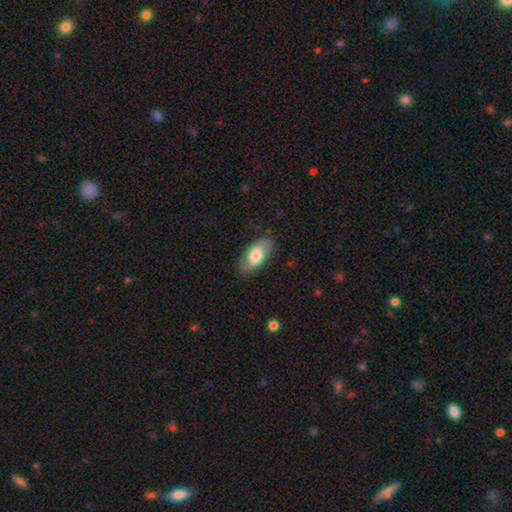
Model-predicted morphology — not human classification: Smooth or featured? smooth (64%)
How rounded? in between (91%)
Merging? none (79%)